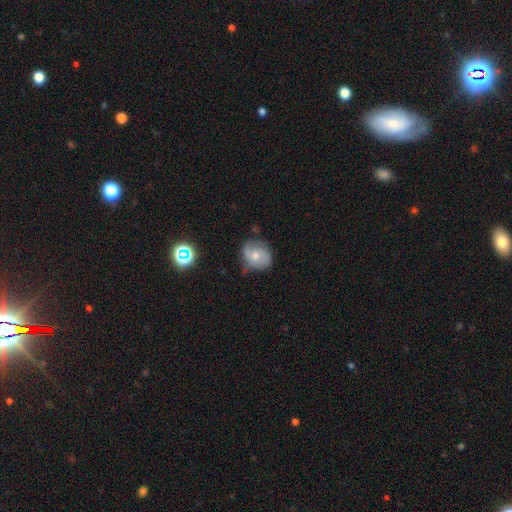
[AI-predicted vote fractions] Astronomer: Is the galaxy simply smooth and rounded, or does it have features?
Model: featured or disk — 63%.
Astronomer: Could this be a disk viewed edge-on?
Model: no — 97%.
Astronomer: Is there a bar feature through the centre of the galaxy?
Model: no — 59% (runner-up: weak, 35%).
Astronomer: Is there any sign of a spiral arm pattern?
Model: yes — 90%.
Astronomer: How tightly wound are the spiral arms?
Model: medium — 47% (runner-up: tight, 27%).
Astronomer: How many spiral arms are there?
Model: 2 — 80%.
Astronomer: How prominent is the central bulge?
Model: moderate — 57% (runner-up: small, 36%).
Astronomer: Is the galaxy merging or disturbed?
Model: none — 67%.